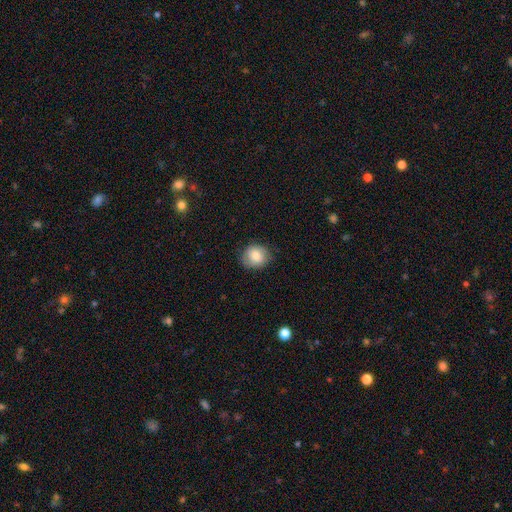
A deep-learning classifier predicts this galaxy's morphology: Smooth or featured? Predicted: smooth (p=0.79). How rounded? Predicted: round (p=0.69). Merging? Predicted: none (p=0.79).